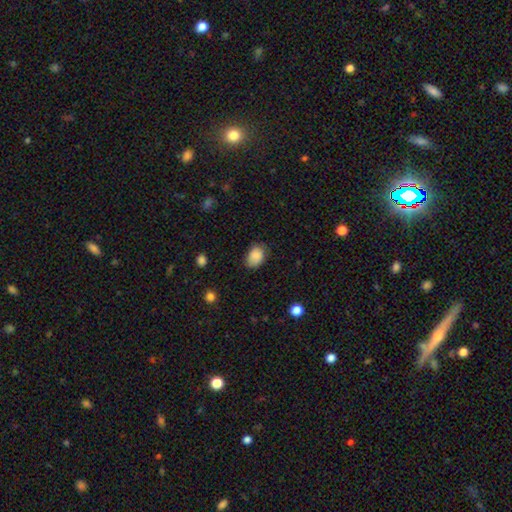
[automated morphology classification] Overall: smooth (87%). How rounded: in between (78%). Merging: none (69%).